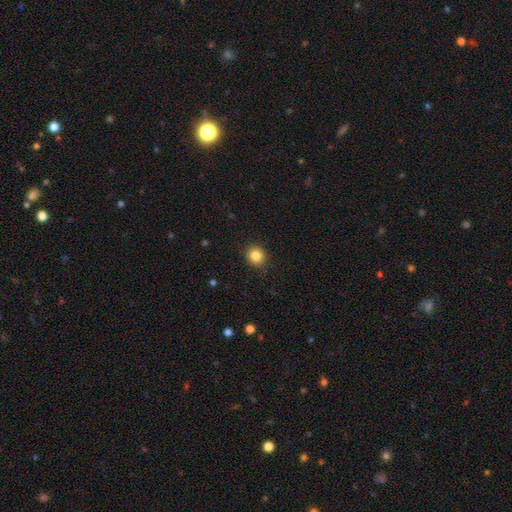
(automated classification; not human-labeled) smooth 85%, star or artifact 10%, featured or disk 5%. Down the decision tree: how rounded — round (88%); merging — none (91%).